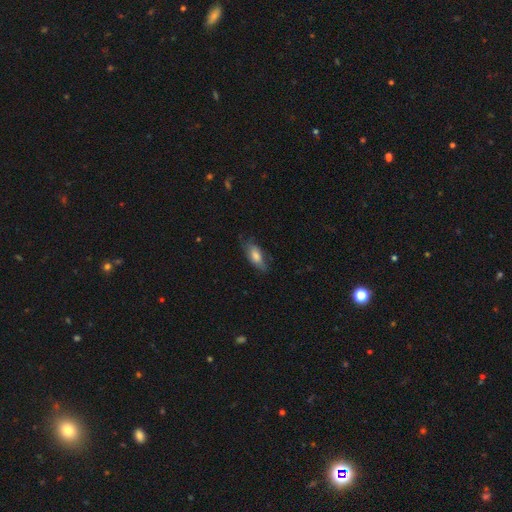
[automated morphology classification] type=smooth (66%); roundness=in between (75%); merging=none (66%).